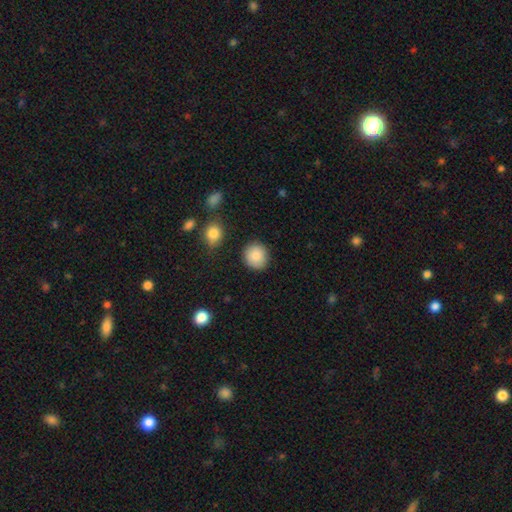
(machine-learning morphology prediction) smooth 88%, star or artifact 7%, featured or disk 4%. Down the decision tree: how rounded — round (88%); merging — none (88%).